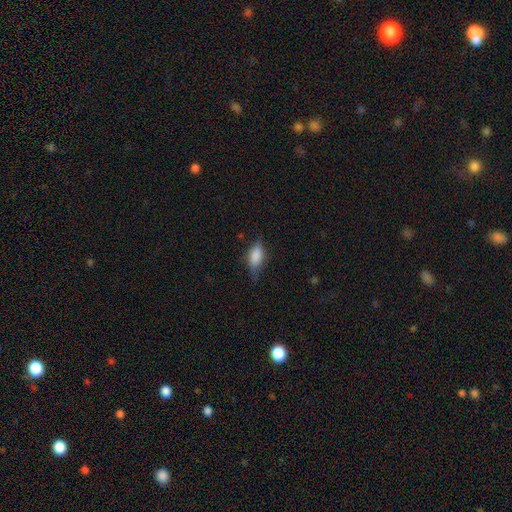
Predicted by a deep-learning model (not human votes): Smooth or featured?
  - smooth: 68% *
  - featured or disk: 24%
  - star or artifact: 8%
How rounded?
  - in between: 78% *
  - cigar-shaped: 17%
  - round: 4%
Merging?
  - none: 61% *
  - minor disturbance: 29%
  - major disturbance: 9%
  - merger: 1%